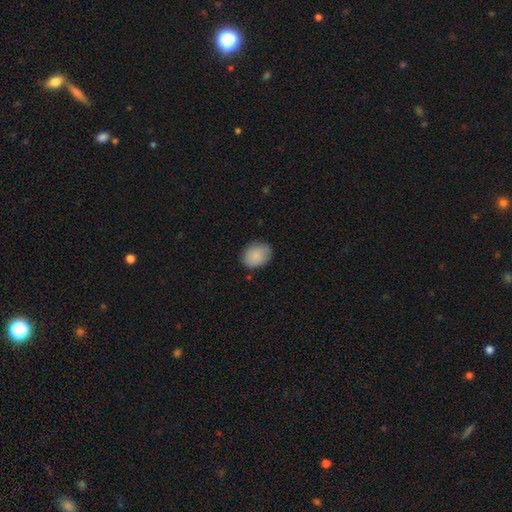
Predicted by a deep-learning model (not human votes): Smooth or featured? smooth (88%)
How rounded? in between (54%)
Merging? none (82%)